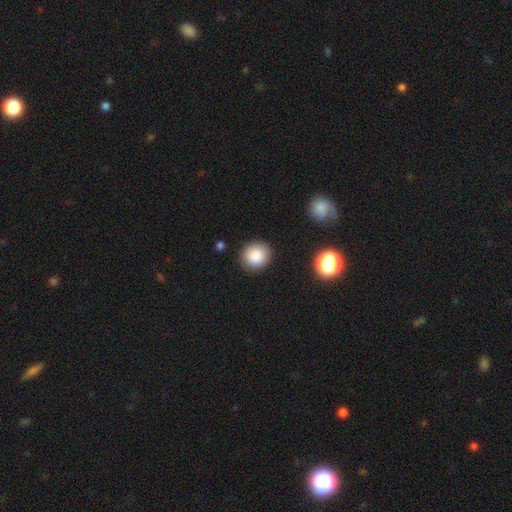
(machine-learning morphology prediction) The model was most divided on "how rounded": round: 80%, in between: 19%, cigar-shaped: 1%. More confident: merging — none (87%); smooth or featured — smooth (86%).